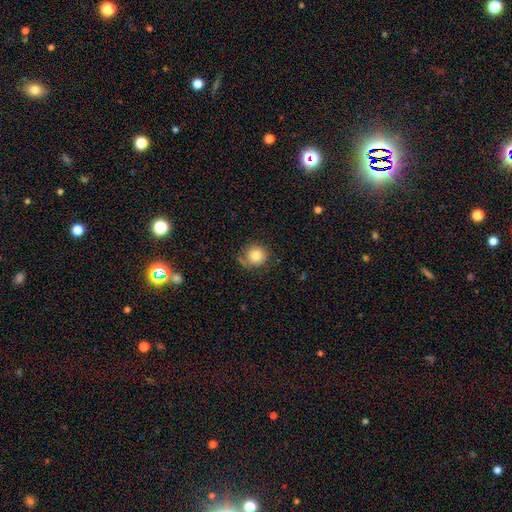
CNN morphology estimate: Smooth or featured?
  - smooth: 80% *
  - star or artifact: 10%
  - featured or disk: 9%
How rounded?
  - round: 91% *
  - in between: 8%
  - cigar-shaped: 1%
Merging?
  - none: 73% *
  - minor disturbance: 18%
  - major disturbance: 6%
  - merger: 4%